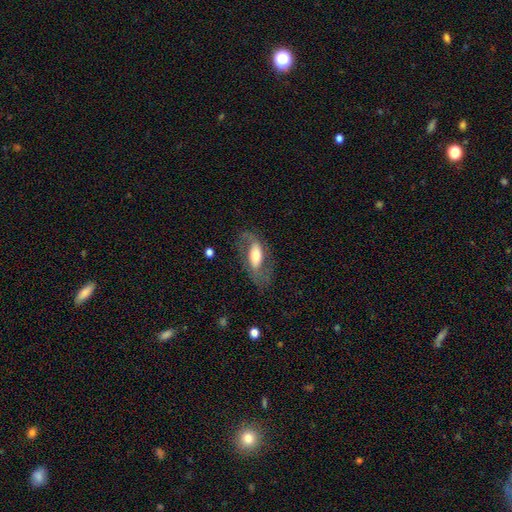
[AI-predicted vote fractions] Q: Smooth or featured?
A: featured or disk (63%); runner-up: smooth (31%)
Q: Edge-on disk?
A: no (87%); runner-up: yes (13%)
Q: Bar?
A: no (35%); runner-up: strong (34%)
Q: Spiral arms?
A: yes (79%); runner-up: no (21%)
Q: Bulge size?
A: moderate (55%); runner-up: large (25%)
Q: Merging?
A: none (64%); runner-up: minor disturbance (19%)